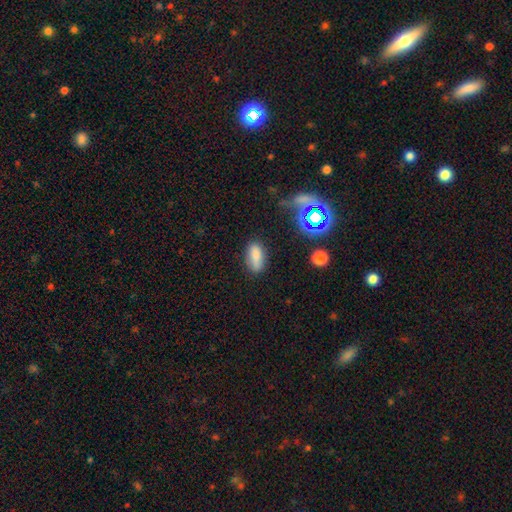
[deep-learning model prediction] smooth 80%, star or artifact 11%, featured or disk 9%. Down the decision tree: how rounded — in between (81%); merging — none (75%).